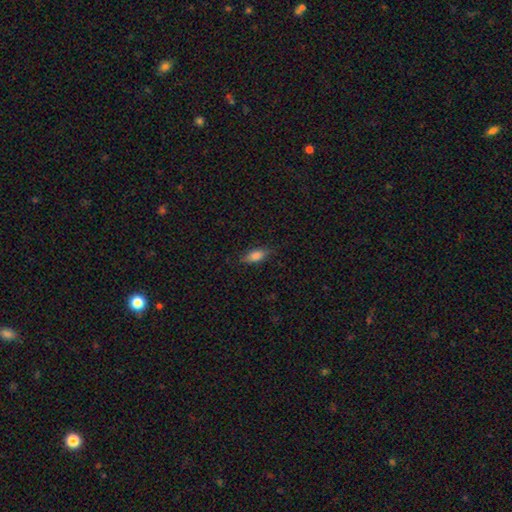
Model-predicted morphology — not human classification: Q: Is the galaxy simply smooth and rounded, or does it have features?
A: smooth — 79%.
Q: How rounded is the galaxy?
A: in between — 80%.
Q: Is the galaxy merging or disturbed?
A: none — 79%.